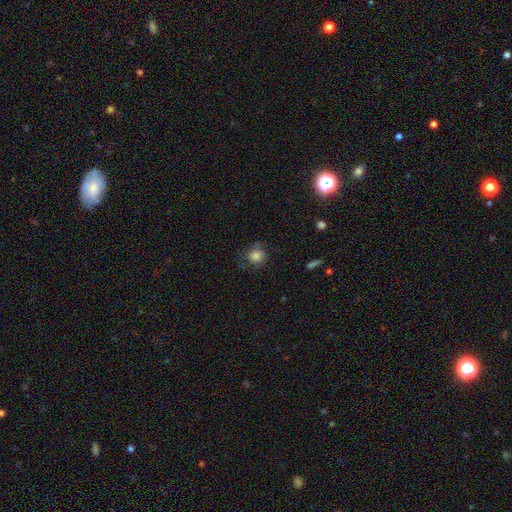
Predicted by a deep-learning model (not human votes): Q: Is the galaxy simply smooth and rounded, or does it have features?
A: smooth — 70%.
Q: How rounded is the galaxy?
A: round — 82%.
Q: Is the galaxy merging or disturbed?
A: none — 63%.